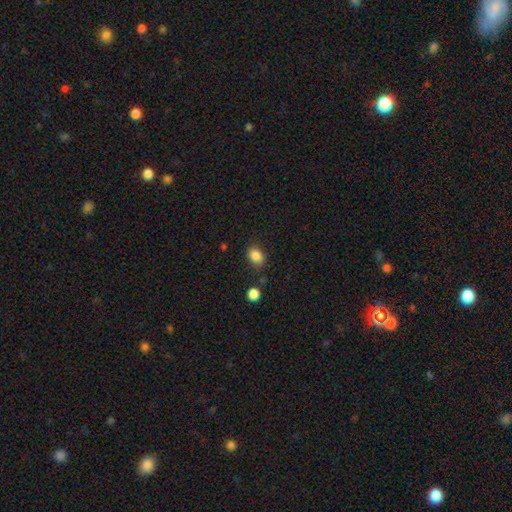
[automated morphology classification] Smooth or featured?
  - smooth: 85% *
  - star or artifact: 10%
  - featured or disk: 5%
How rounded?
  - in between: 66% *
  - round: 33%
  - cigar-shaped: 1%
Merging?
  - none: 78% *
  - minor disturbance: 14%
  - merger: 4%
  - major disturbance: 4%